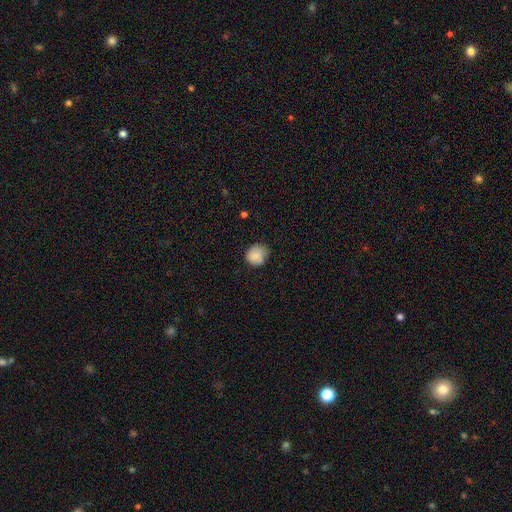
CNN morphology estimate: This appears to be a smooth galaxy with no disk features (83%) that is round (76%). Merging: none (63%).